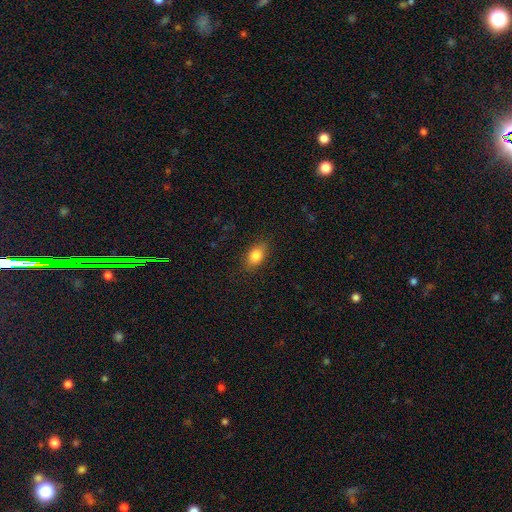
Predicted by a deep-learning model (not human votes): The model was most divided on "how rounded": in between: 83%, round: 14%, cigar-shaped: 3%. More confident: merging — none (85%); smooth or featured — smooth (83%).